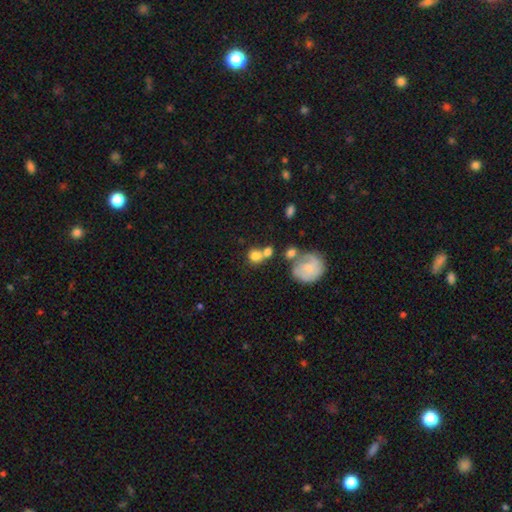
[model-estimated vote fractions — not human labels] A smooth galaxy with no disk features (72%) that is round (78%). Merging: merger (42%).